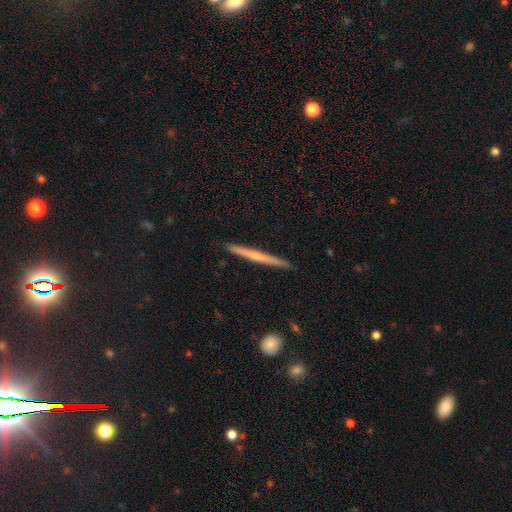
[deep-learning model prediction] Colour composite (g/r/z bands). It shows a featured or disk galaxy (56%) viewed edge-on (98%) with no central bulge (64%). Merging: none (91%).